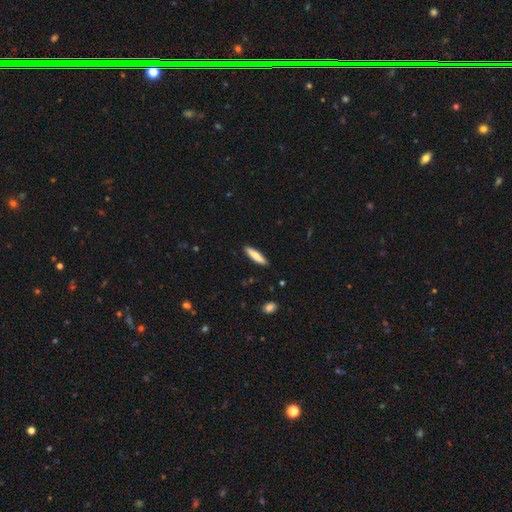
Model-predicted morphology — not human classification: smooth_or_featured: smooth (p=0.73) [alt: featured or disk p=0.21]
how_rounded: cigar-shaped (p=0.81) [alt: in between p=0.18]
merging: none (p=0.90) [alt: minor disturbance p=0.07]